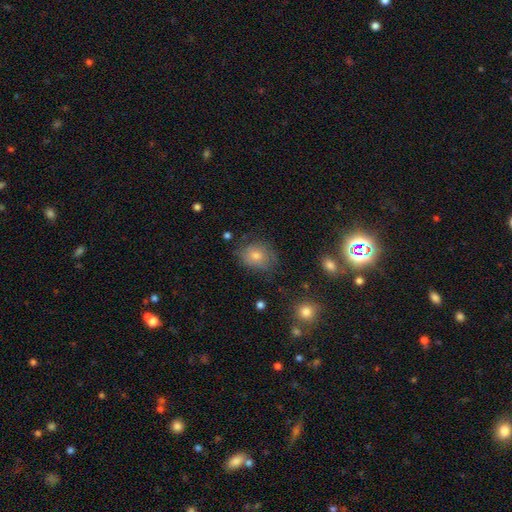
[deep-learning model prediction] Smooth or featured: smooth — 57% (featured or disk — 23%)
How rounded: round — 57% (in between — 42%)
Merging: none — 74% (minor disturbance — 18%)